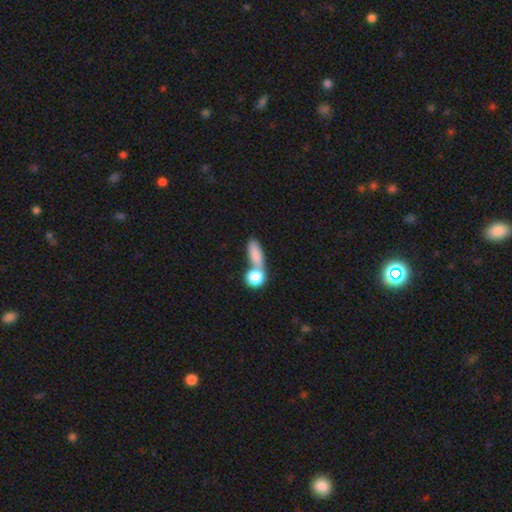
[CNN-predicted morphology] Smooth or featured: smooth — 80% (featured or disk — 11%)
How rounded: in between — 53% (cigar-shaped — 27%)
Merging: none — 42% (merger — 41%)